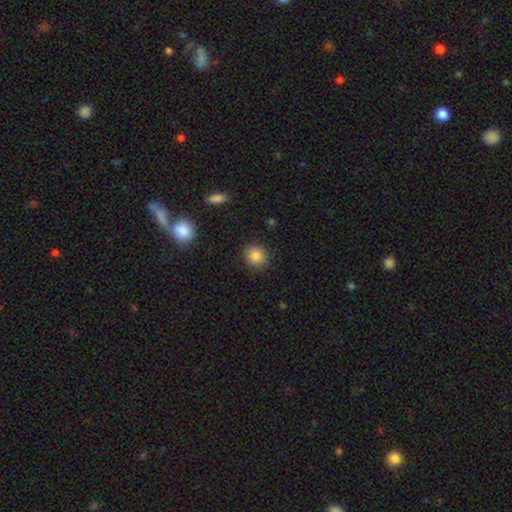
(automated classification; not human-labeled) Smooth or featured? Predicted: smooth (p=0.85). How rounded? Predicted: round (p=0.87). Merging? Predicted: none (p=0.88).